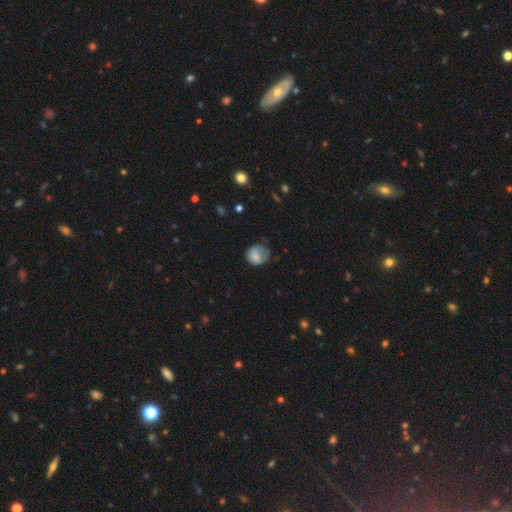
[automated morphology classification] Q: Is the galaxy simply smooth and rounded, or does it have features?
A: smooth — 75%.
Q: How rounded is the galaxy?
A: round — 75%.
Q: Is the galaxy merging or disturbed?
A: none — 46%.